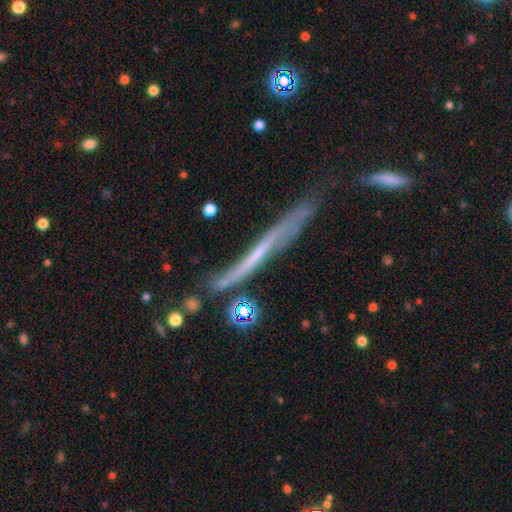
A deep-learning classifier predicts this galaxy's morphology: Overall: featured or disk (60%; smooth 31%). Edge-on disk: yes (85%). Edge-on bulge: none (86%). Merging: none (50%; minor disturbance 27%).